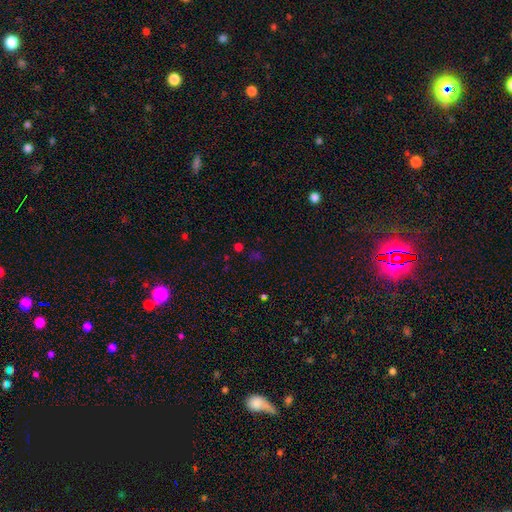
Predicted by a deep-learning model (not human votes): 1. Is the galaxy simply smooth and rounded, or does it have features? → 52% star or artifact, 41% smooth, 7% featured or disk.